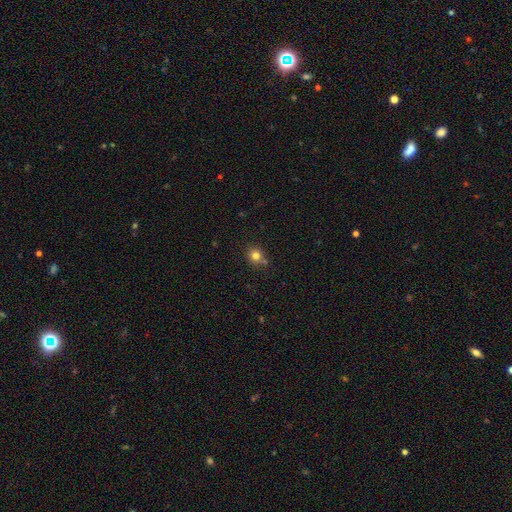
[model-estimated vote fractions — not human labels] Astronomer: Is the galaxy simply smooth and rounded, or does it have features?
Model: smooth — 80%.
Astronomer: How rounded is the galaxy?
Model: round — 87%.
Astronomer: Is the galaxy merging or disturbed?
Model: none — 74%.